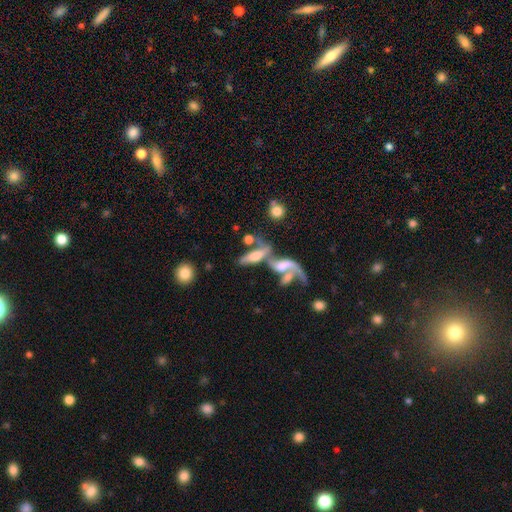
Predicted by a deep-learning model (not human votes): Q: Smooth or featured?
A: featured or disk (54%); runner-up: smooth (36%)
Q: Edge-on disk?
A: no (68%); runner-up: yes (32%)
Q: Merging?
A: merger (64%); runner-up: none (17%)